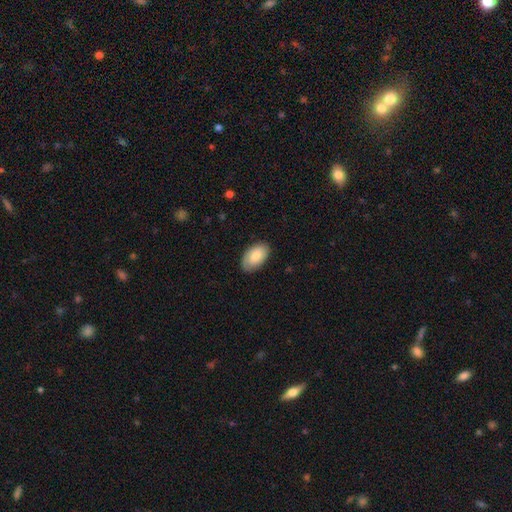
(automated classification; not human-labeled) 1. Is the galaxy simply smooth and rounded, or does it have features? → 78% smooth, 16% featured or disk, 6% star or artifact.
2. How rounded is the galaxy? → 94% in between, 4% round, 1% cigar-shaped.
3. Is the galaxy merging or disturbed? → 83% none, 14% minor disturbance, 3% major disturbance, 1% merger.